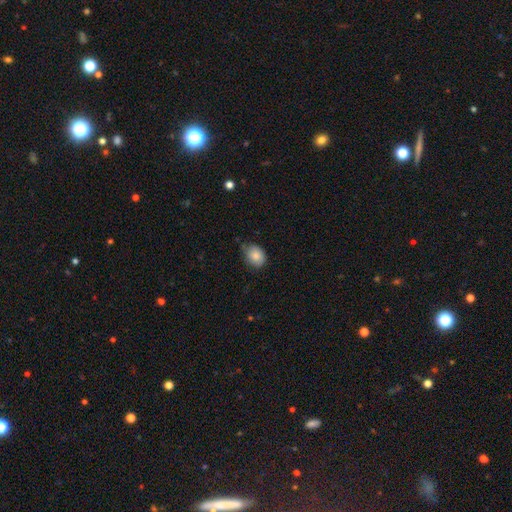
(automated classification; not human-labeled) smooth 85%, star or artifact 8%, featured or disk 7%. Down the decision tree: how rounded — in between (58%); merging — none (58%).